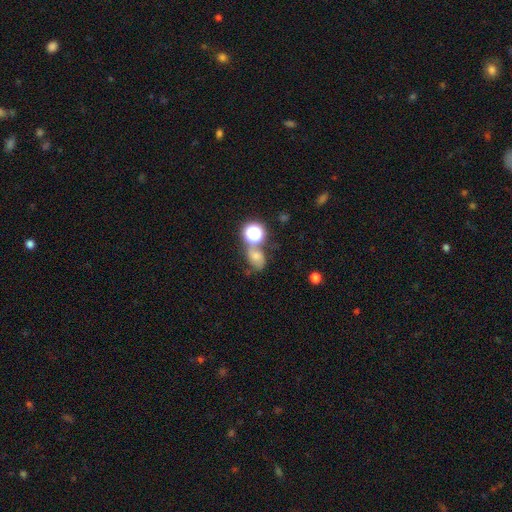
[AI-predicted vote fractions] smooth-or-featured: smooth: 55% | star or artifact: 24% | featured or disk: 21%
  how-rounded: in between: 54% | round: 44% | cigar-shaped: 2%
  merging: none: 42% | merger: 31% | minor disturbance: 16% | major disturbance: 10%